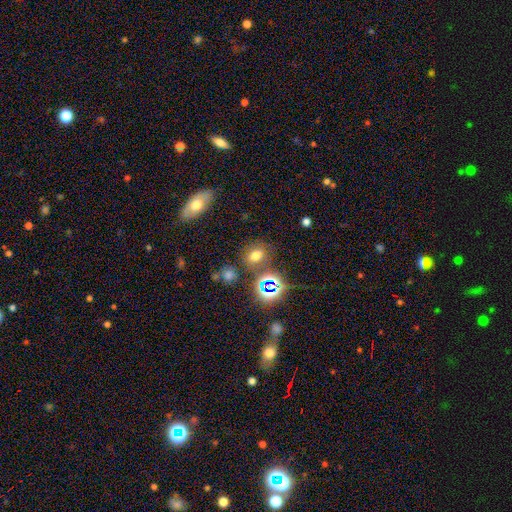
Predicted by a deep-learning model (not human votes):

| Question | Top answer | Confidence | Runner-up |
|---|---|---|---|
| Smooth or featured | smooth | 62% | star or artifact (29%) |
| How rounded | in between | 54% | round (45%) |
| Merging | none | 74% | minor disturbance (12%) |